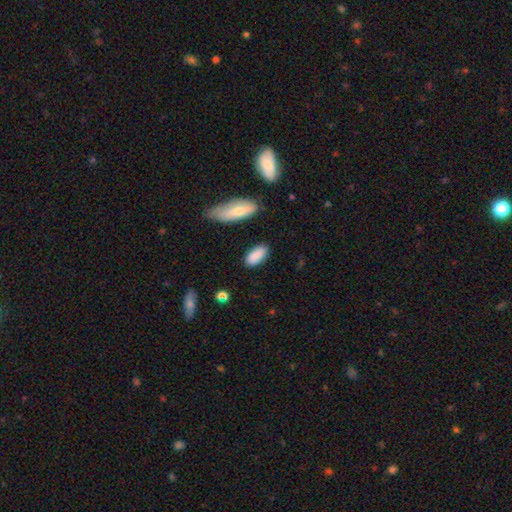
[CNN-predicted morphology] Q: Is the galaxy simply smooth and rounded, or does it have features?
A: smooth — 87%.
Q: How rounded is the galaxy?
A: in between — 89%.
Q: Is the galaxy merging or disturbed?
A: none — 81%.